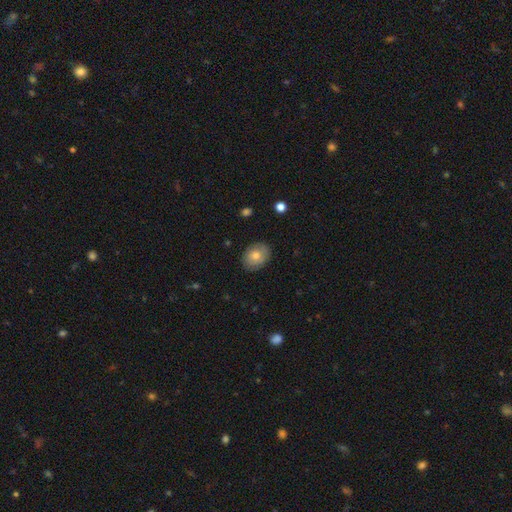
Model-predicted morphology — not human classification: A smooth galaxy with no disk features (72%) that is in between round and cigar-shaped (58%). Merging: none (84%).